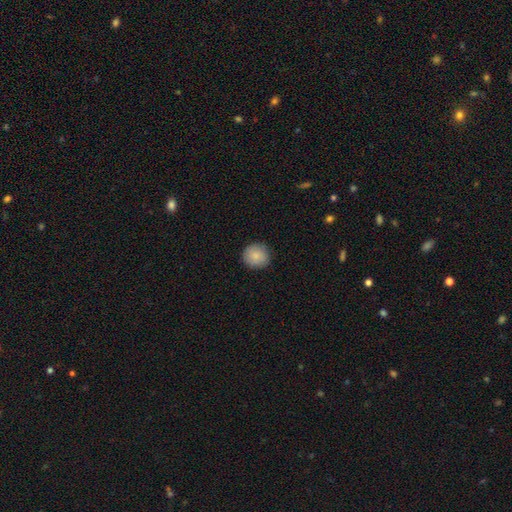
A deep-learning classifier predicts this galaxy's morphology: type=smooth (86%); roundness=round (91%); merging=none (88%).